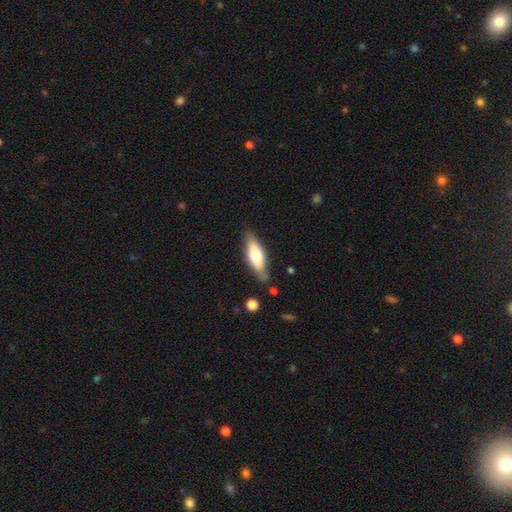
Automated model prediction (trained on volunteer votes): Smooth or featured?
  - smooth: 60% *
  - featured or disk: 34%
  - star or artifact: 6%
How rounded?
  - in between: 57% *
  - cigar-shaped: 41%
  - round: 2%
Merging?
  - none: 76% *
  - minor disturbance: 17%
  - major disturbance: 4%
  - merger: 3%